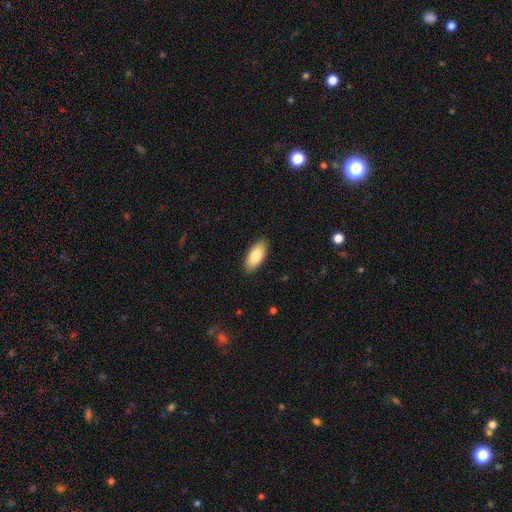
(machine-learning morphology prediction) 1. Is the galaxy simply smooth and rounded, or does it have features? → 83% smooth, 11% featured or disk, 6% star or artifact.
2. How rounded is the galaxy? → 89% in between, 9% cigar-shaped, 2% round.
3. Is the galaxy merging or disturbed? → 89% none, 8% minor disturbance, 2% major disturbance, 1% merger.